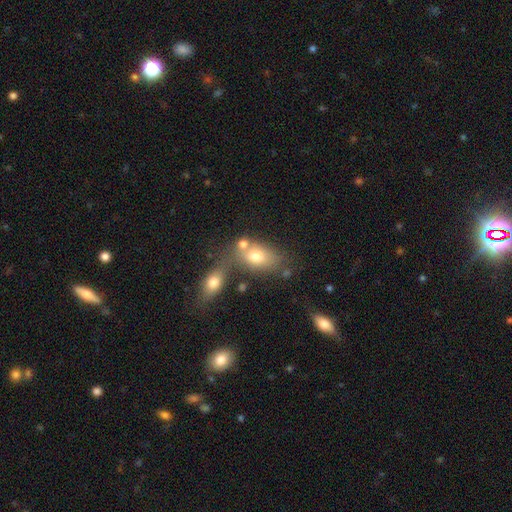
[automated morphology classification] This is likely a smooth galaxy (72%). How rounded: likely in between (80%). Merging: marginally none (43%).